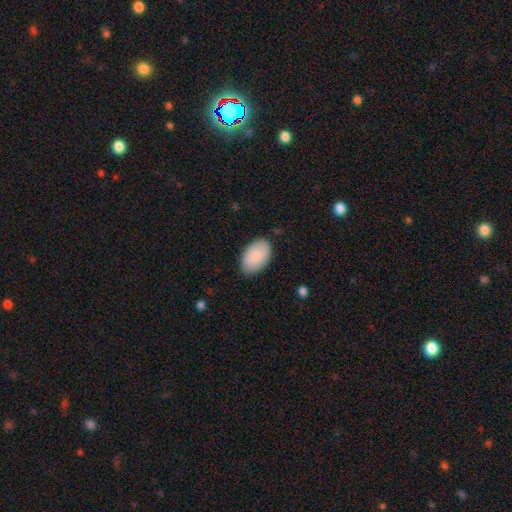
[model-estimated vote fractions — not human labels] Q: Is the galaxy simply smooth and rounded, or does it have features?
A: smooth — 86%.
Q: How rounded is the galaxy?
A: in between — 94%.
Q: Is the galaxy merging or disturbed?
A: none — 83%.